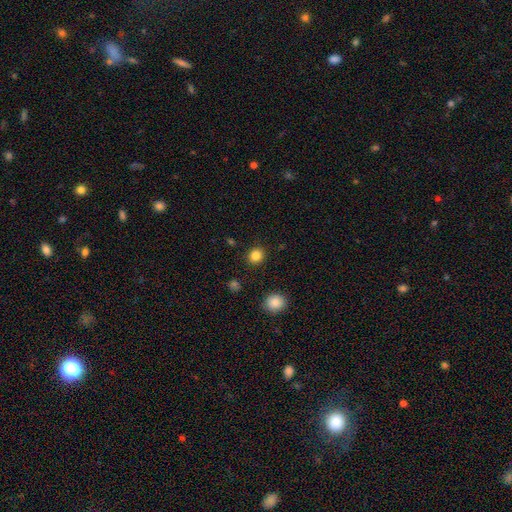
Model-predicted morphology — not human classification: smooth-or-featured: smooth: 84% | star or artifact: 11% | featured or disk: 4%
  how-rounded: round: 81% | in between: 19% | cigar-shaped: 1%
  merging: none: 90% | minor disturbance: 6% | major disturbance: 2% | merger: 1%